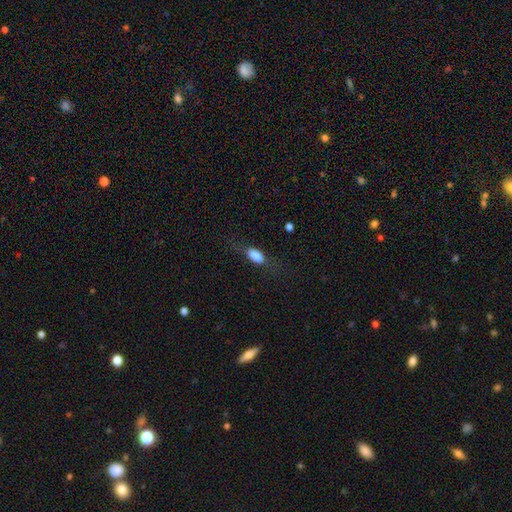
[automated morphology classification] This is likely a smooth galaxy (78%). How rounded: clearly in between (80%). Merging: possibly none (55%).